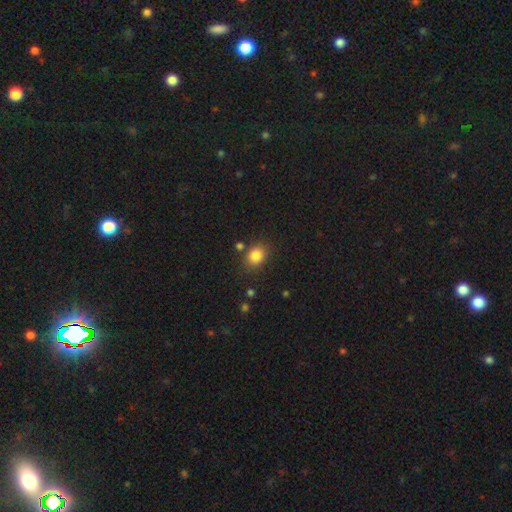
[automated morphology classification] A smooth galaxy with no disk features (84%) that is round (56%). Merging: none (79%).